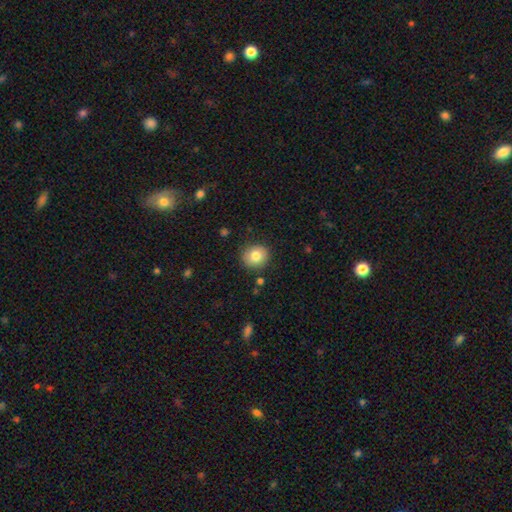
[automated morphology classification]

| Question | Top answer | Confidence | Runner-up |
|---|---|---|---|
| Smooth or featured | smooth | 81% | star or artifact (10%) |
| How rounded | round | 85% | in between (14%) |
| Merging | none | 87% | minor disturbance (9%) |